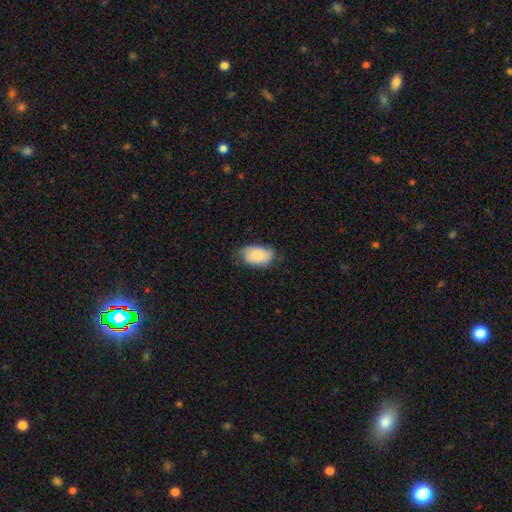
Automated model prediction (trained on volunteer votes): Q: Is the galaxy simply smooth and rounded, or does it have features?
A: smooth — 78%.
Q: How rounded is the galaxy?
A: in between — 92%.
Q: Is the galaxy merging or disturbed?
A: none — 57%.